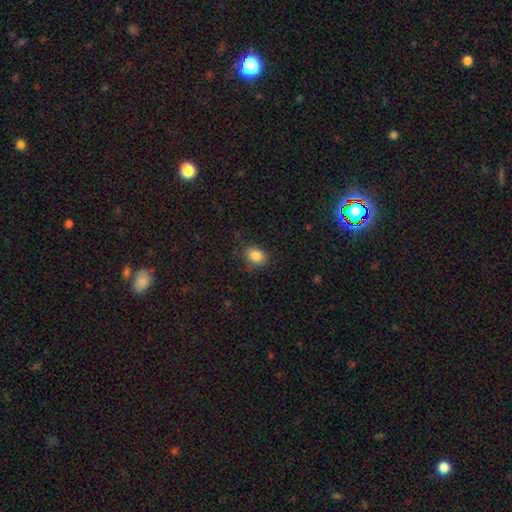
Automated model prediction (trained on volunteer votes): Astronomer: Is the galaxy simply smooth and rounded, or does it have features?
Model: smooth — 85%.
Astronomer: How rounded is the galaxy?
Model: in between — 64%.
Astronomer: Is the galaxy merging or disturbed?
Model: none — 82%.